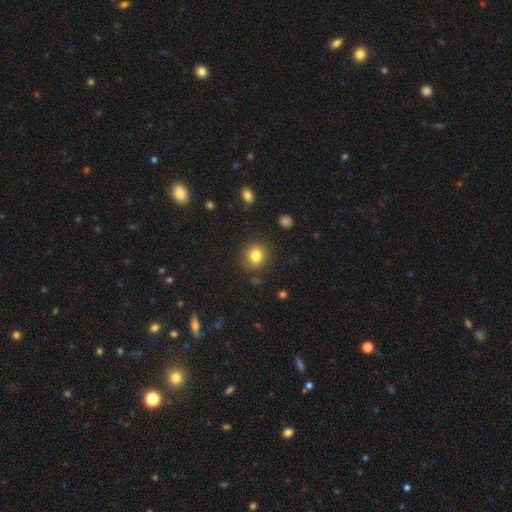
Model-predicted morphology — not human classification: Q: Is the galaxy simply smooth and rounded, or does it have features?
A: smooth — 82%.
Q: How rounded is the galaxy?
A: round — 84%.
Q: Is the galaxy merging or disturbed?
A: none — 87%.